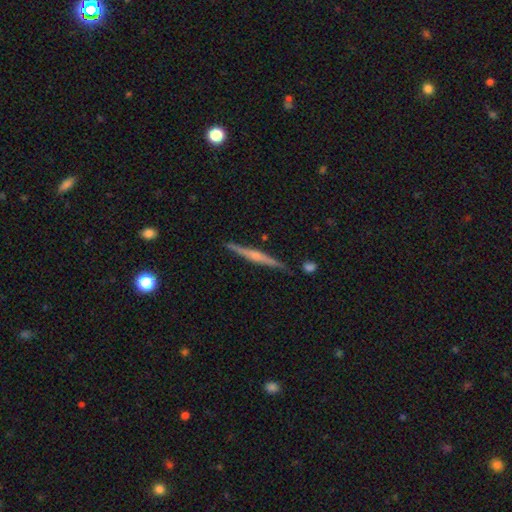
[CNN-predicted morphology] This is likely a featured or disk galaxy (67%). It is clearly viewed edge-on (98%). Edge-on bulge: possibly rounded (56%). Merging: clearly none (87%).